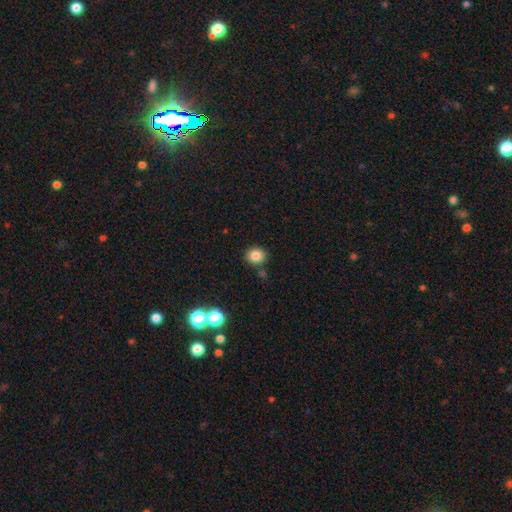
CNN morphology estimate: Overall: smooth (83%). How rounded: round (74%). Merging: none (82%).